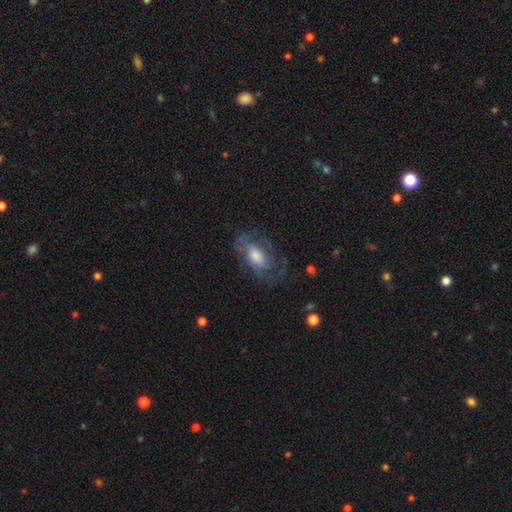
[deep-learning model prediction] Q: Smooth or featured?
A: featured or disk (58%); runner-up: smooth (34%)
Q: Edge-on disk?
A: no (91%); runner-up: yes (9%)
Q: Bar?
A: no (60%); runner-up: weak (31%)
Q: Spiral arms?
A: yes (72%); runner-up: no (28%)
Q: Bulge size?
A: moderate (46%); runner-up: large (26%)
Q: Merging?
A: none (58%); runner-up: minor disturbance (21%)